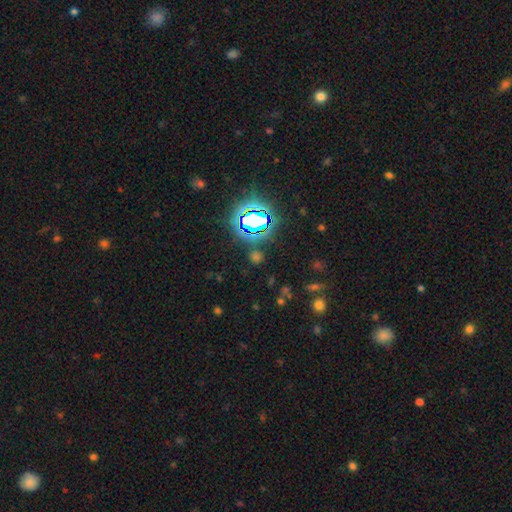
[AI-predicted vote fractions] This appears to be a star or artifact, not a galaxy (59%).